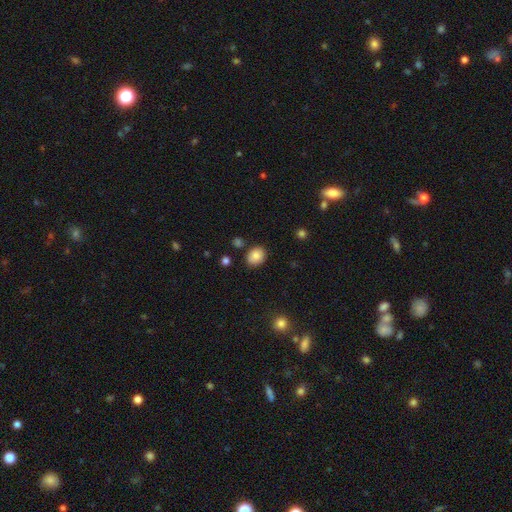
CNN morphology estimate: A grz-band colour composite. It shows a smooth galaxy with no disk features (84%) that is round (53%). Merging: none (83%).